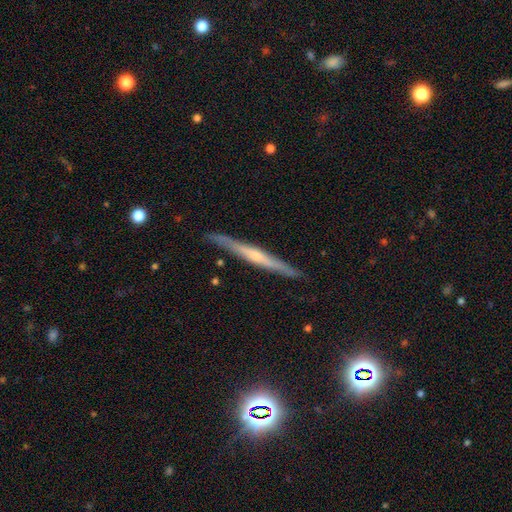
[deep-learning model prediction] The model was most divided on "edge-on bulge": rounded: 56%, none: 37%, boxy: 7%. More confident: edge-on disk — yes (97%); merging — none (89%); smooth or featured — featured or disk (69%).